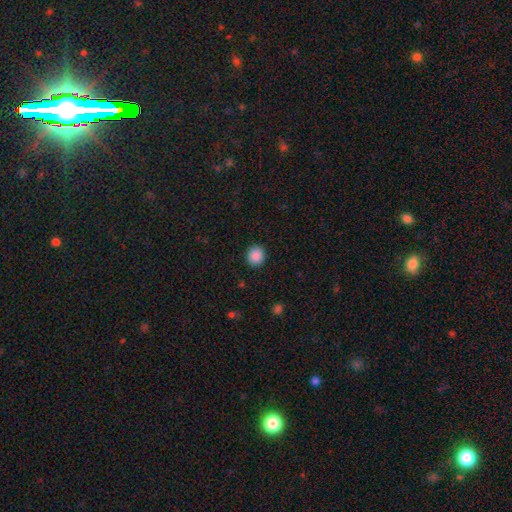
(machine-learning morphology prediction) Smooth or featured? Predicted: smooth (p=0.89). How rounded? Predicted: round (p=0.83). Merging? Predicted: none (p=0.91).